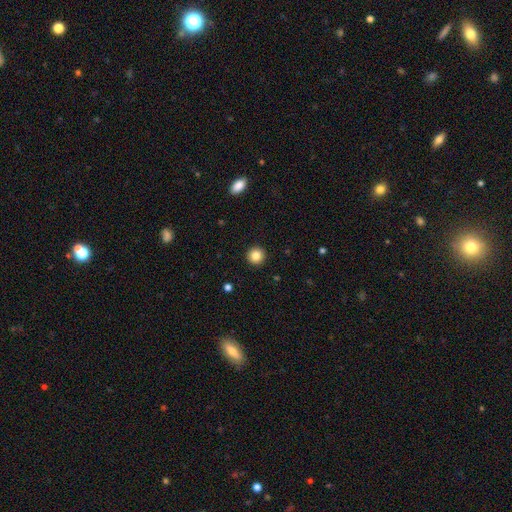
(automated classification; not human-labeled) This is clearly a smooth galaxy (84%). How rounded: clearly round (95%). Merging: clearly none (93%).